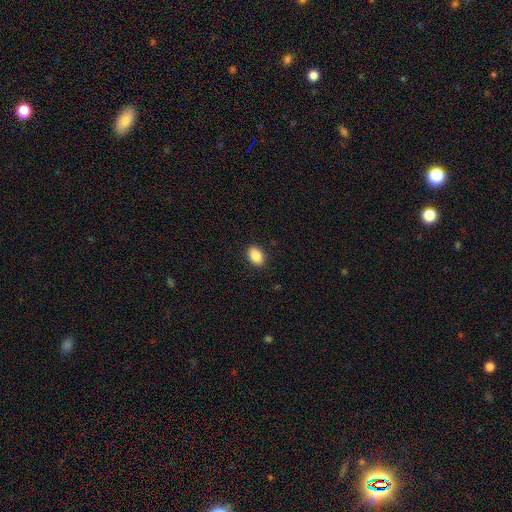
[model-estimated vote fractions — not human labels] smooth 88%, star or artifact 8%, featured or disk 4%. Down the decision tree: how rounded — in between (79%); merging — none (90%).